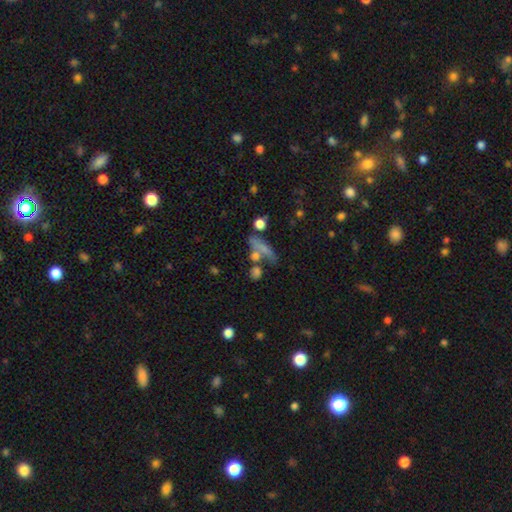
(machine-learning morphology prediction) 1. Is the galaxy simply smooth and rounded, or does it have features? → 63% smooth, 24% featured or disk, 13% star or artifact.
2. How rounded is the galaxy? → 42% cigar-shaped, 36% in between, 22% round.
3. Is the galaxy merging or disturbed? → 46% none, 28% merger, 15% minor disturbance, 11% major disturbance.